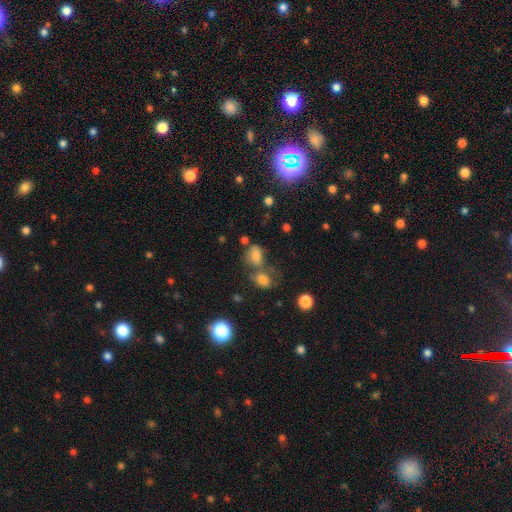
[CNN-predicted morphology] This is likely a smooth galaxy (70%). How rounded: likely in between (70%). Merging: marginally none (44%).